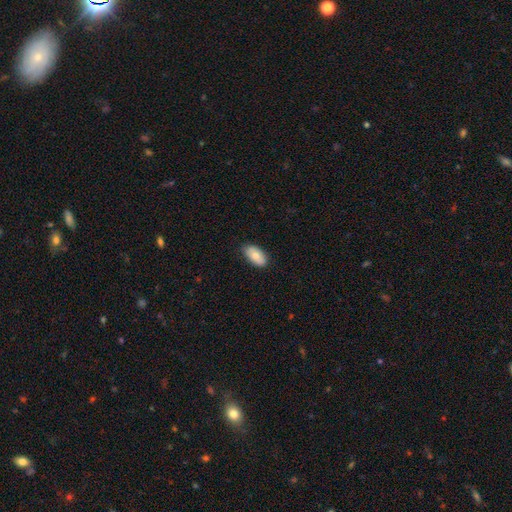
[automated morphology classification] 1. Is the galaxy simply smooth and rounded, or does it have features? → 78% smooth, 16% featured or disk, 6% star or artifact.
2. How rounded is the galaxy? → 94% in between, 3% round, 3% cigar-shaped.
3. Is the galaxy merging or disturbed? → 84% none, 13% minor disturbance, 2% major disturbance, 1% merger.